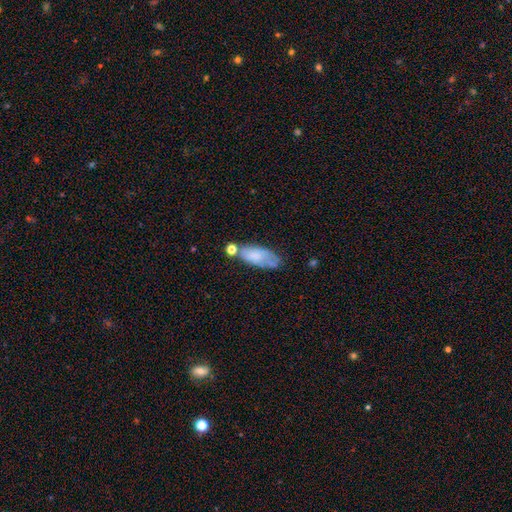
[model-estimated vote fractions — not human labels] Smooth or featured?
  - smooth: 68% *
  - featured or disk: 24%
  - star or artifact: 8%
How rounded?
  - in between: 80% *
  - cigar-shaped: 17%
  - round: 3%
Merging?
  - none: 49% *
  - minor disturbance: 26%
  - merger: 14%
  - major disturbance: 10%